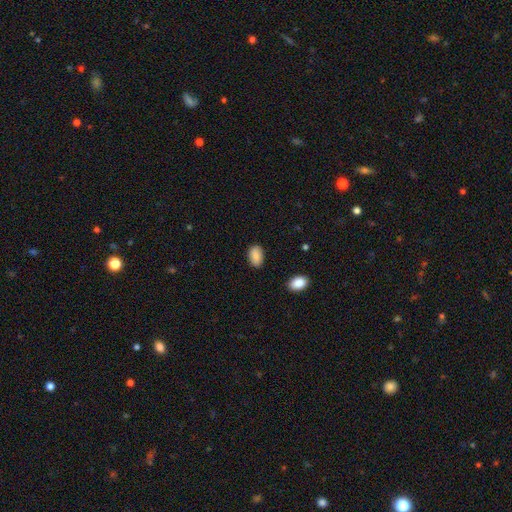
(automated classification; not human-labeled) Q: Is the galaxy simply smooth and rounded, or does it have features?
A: smooth — 86%.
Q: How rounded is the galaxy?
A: in between — 91%.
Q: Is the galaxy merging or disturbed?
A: none — 85%.